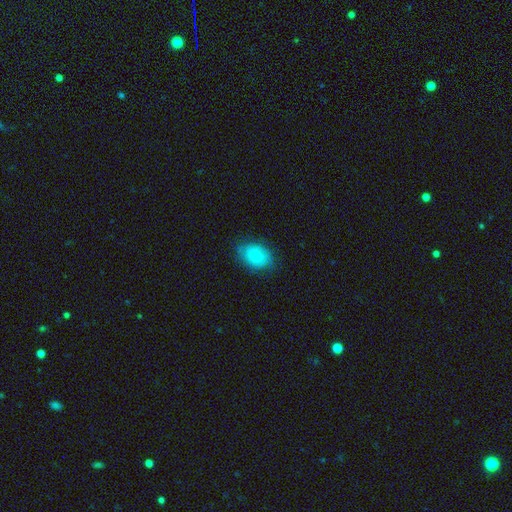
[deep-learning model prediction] Morphology: type=smooth (85%); roundness=in between (78%); merging=none (75%).